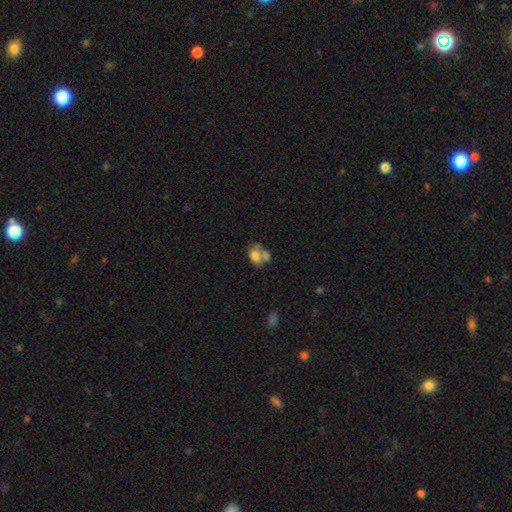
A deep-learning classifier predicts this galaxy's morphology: The model was most divided on "merging": merger: 54%, none: 24%, minor disturbance: 12%, major disturbance: 10%. More confident: smooth or featured — smooth (69%); how rounded — in between (65%).